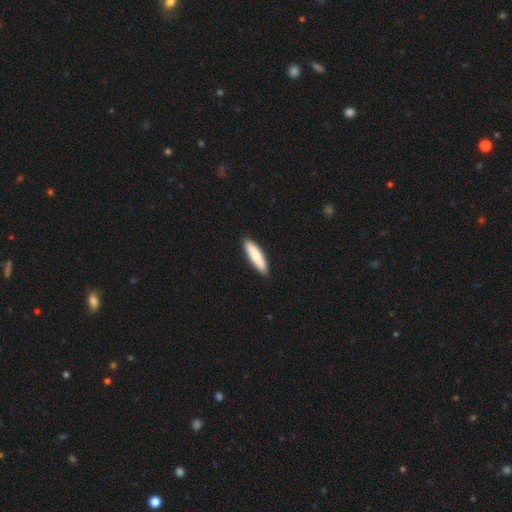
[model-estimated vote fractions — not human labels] smooth_or_featured: smooth (p=0.82) [alt: featured or disk p=0.13]
how_rounded: cigar-shaped (p=0.75) [alt: in between p=0.24]
merging: none (p=0.90) [alt: minor disturbance p=0.08]